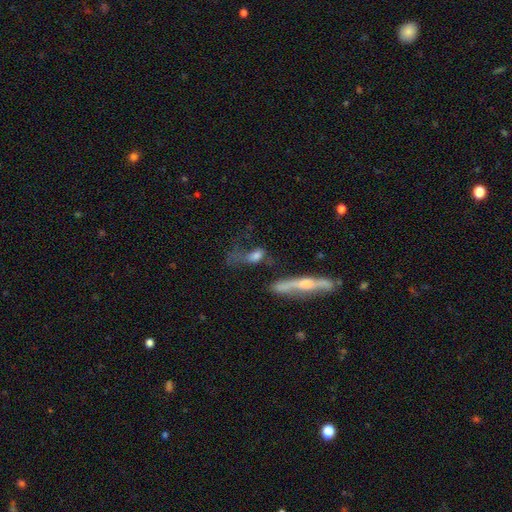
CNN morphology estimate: A smooth galaxy with no disk features (50%) that is in between round and cigar-shaped (59%). Merging: none (29%).